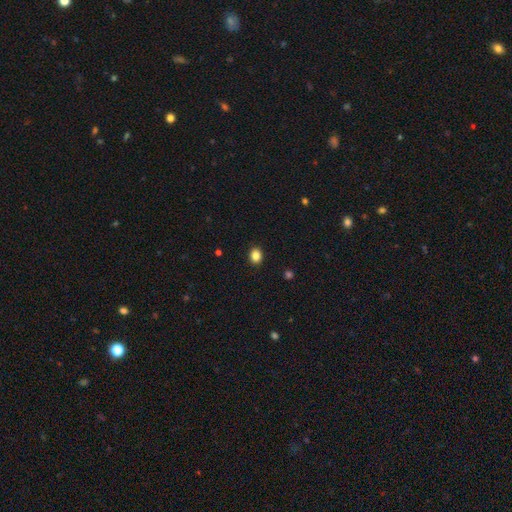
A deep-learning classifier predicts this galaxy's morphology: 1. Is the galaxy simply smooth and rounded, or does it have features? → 85% smooth, 11% star or artifact, 4% featured or disk.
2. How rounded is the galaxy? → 58% round, 41% in between, 1% cigar-shaped.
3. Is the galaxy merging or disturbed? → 91% none, 6% minor disturbance, 2% major disturbance, 1% merger.